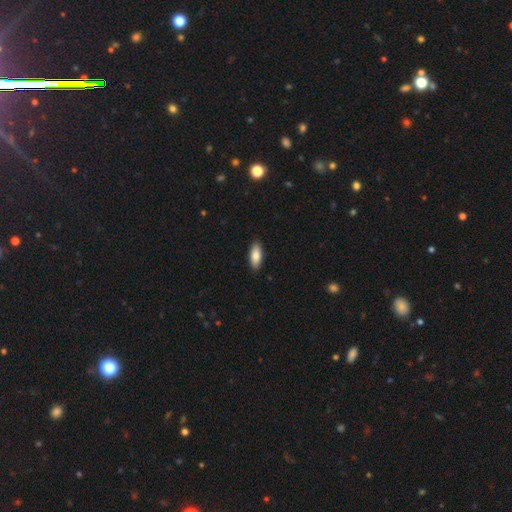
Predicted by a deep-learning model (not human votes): A smooth galaxy with no disk features (83%) that is in between round and cigar-shaped (81%). Merging: none (89%).